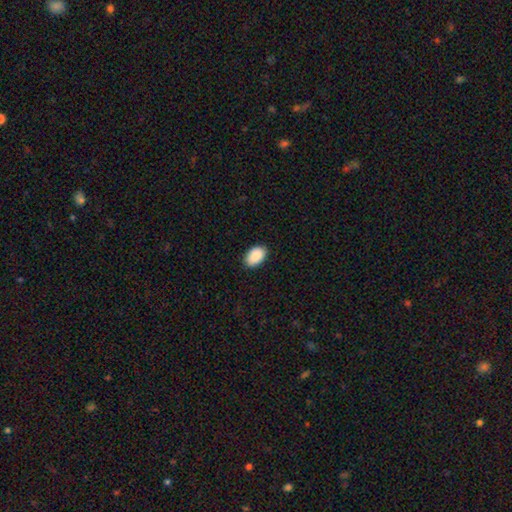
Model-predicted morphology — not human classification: Smooth or featured? Predicted: smooth (p=0.91). How rounded? Predicted: in between (p=0.92). Merging? Predicted: none (p=0.88).